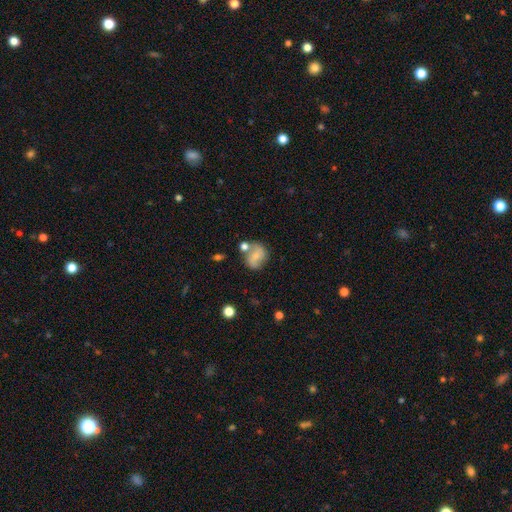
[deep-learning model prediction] Smooth or featured? smooth (48%)
Merging? none (56%)